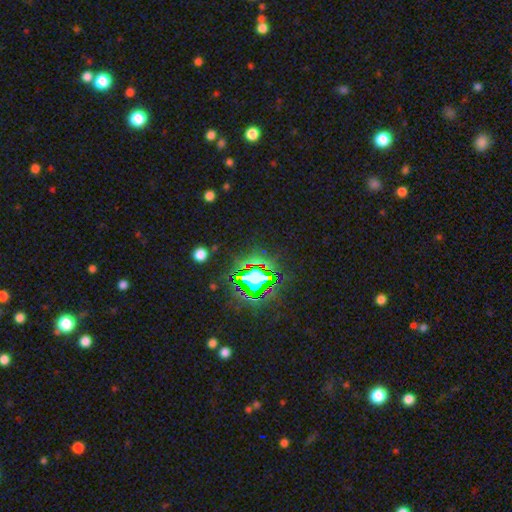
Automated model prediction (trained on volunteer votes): Q: Smooth or featured?
A: star or artifact (80%); runner-up: smooth (12%)